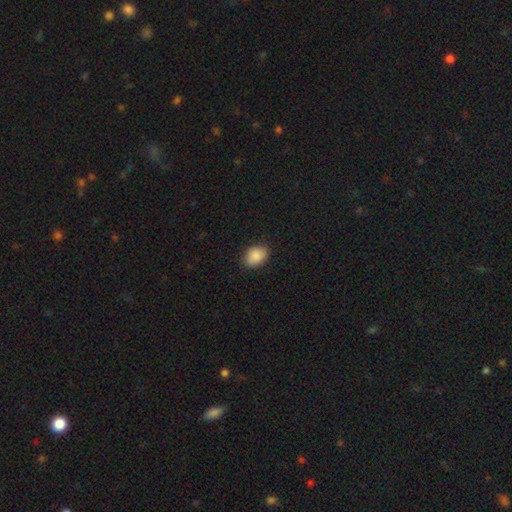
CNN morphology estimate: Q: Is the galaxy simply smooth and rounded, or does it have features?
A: smooth — 89%.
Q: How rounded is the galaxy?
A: in between — 78%.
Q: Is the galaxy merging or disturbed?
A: none — 84%.